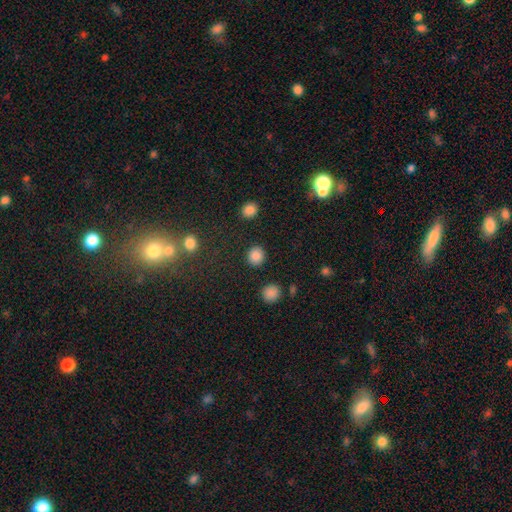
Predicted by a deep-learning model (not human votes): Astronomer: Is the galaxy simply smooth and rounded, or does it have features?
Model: smooth — 86%.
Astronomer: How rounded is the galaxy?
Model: round — 87%.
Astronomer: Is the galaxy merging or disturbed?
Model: none — 90%.